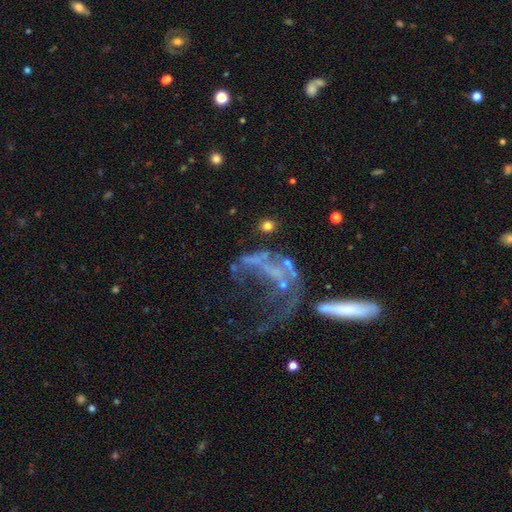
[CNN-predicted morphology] Smooth or featured?
  - featured or disk: 56% *
  - star or artifact: 23%
  - smooth: 21%
Edge-on disk?
  - no: 86% *
  - yes: 14%
Merging?
  - major disturbance: 46% *
  - merger: 22%
  - none: 21%
  - minor disturbance: 10%